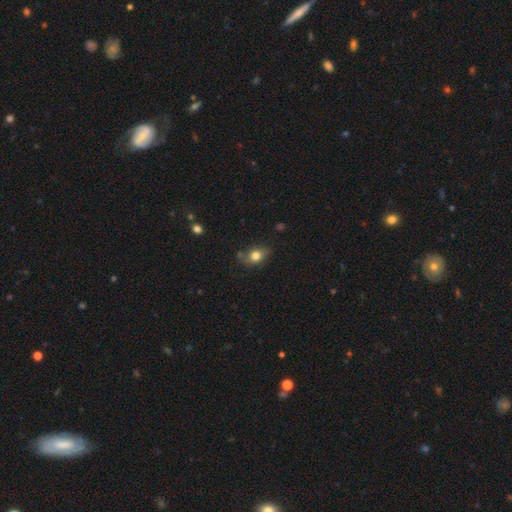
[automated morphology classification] smooth_or_featured: smooth (p=0.78) [alt: featured or disk p=0.12]
how_rounded: in between (p=0.67) [alt: round p=0.31]
merging: none (p=0.68) [alt: minor disturbance p=0.23]